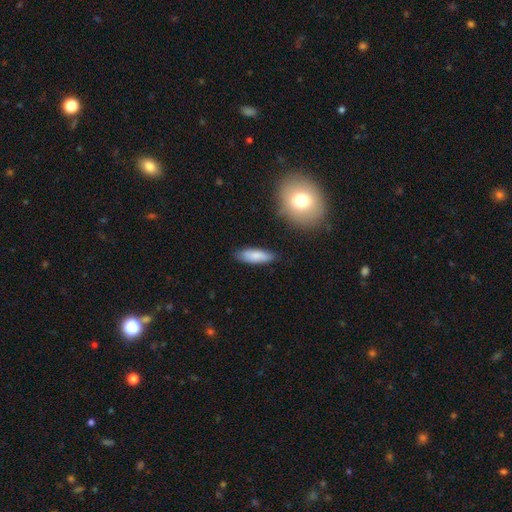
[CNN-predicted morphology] The model was most divided on "how rounded": in between: 57%, cigar-shaped: 41%, round: 2%. More confident: smooth or featured — smooth (81%); merging — none (81%).